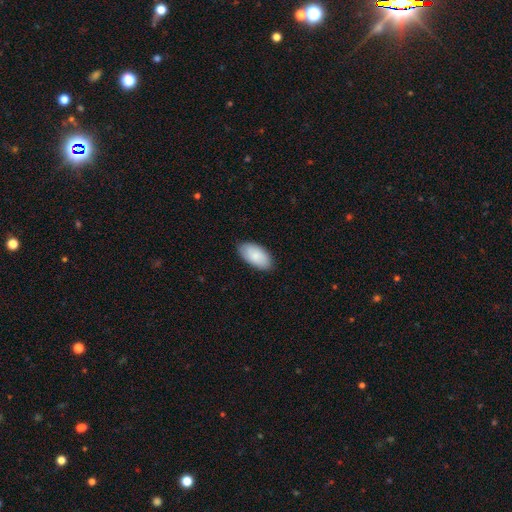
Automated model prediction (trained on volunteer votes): Q: Smooth or featured?
A: smooth (86%); runner-up: featured or disk (9%)
Q: How rounded?
A: in between (95%); runner-up: cigar-shaped (2%)
Q: Merging?
A: none (86%); runner-up: minor disturbance (11%)